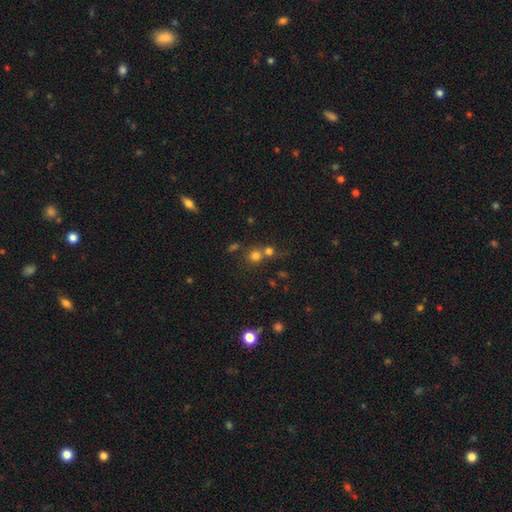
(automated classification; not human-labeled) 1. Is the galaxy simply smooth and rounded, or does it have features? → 71% smooth, 19% star or artifact, 10% featured or disk.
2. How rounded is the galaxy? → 88% round, 11% in between, 1% cigar-shaped.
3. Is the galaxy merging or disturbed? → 50% none, 40% merger, 6% minor disturbance, 4% major disturbance.